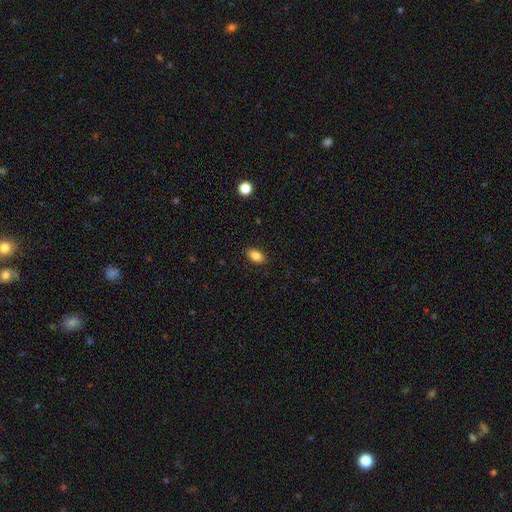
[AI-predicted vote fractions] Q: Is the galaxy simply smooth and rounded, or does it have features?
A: smooth — 86%.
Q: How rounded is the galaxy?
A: in between — 90%.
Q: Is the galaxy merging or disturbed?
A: none — 88%.